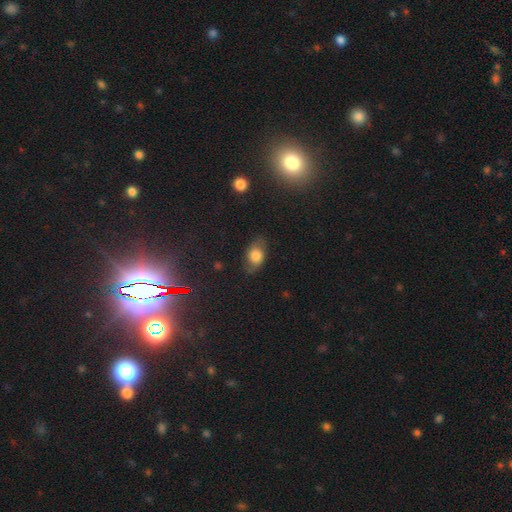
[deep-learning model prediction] Q: Smooth or featured?
A: smooth (67%); runner-up: featured or disk (23%)
Q: How rounded?
A: in between (80%); runner-up: round (17%)
Q: Merging?
A: none (73%); runner-up: minor disturbance (19%)